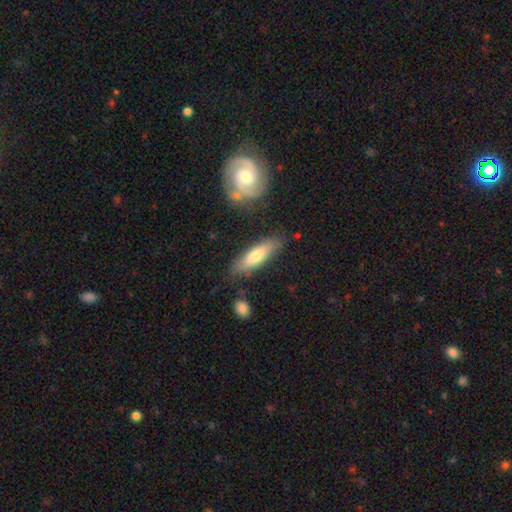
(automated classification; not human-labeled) Smooth or featured?
  - smooth: 65% *
  - featured or disk: 29%
  - star or artifact: 6%
How rounded?
  - cigar-shaped: 61% *
  - in between: 38%
  - round: 2%
Merging?
  - none: 78% *
  - minor disturbance: 14%
  - merger: 5%
  - major disturbance: 3%